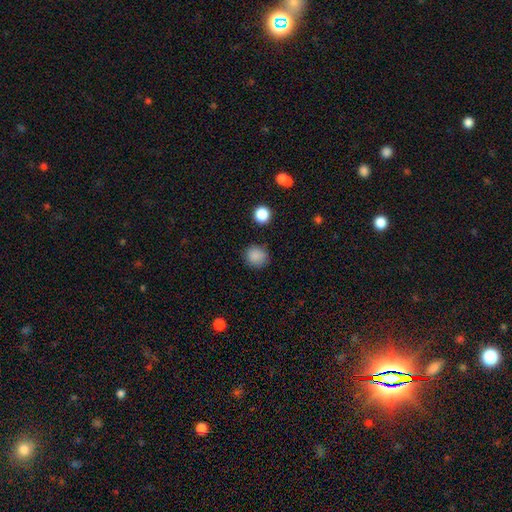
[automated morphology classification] Overall: smooth (86%). How rounded: round (89%). Merging: none (87%).